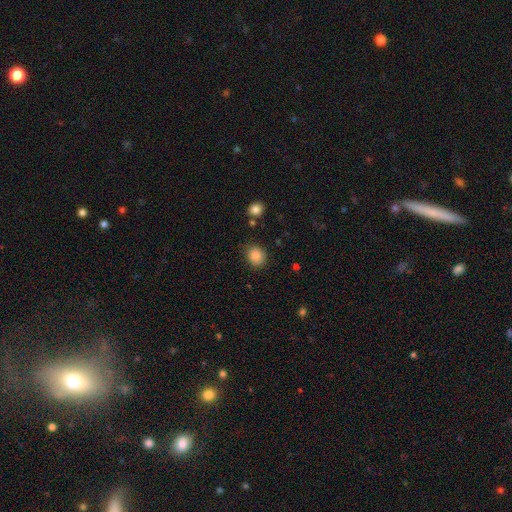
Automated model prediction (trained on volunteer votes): A smooth galaxy with no disk features (86%) that is round (65%). Merging: none (84%).